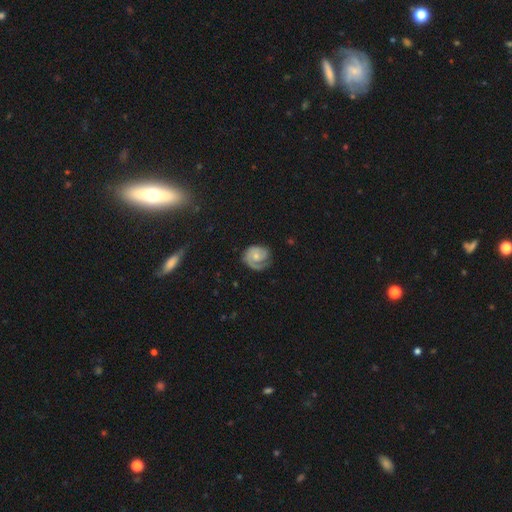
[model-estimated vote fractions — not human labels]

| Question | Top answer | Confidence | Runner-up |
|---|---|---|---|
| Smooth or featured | featured or disk | 76% | smooth (18%) |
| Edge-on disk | no | 98% | yes (2%) |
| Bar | no | 74% | weak (23%) |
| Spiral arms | yes | 94% | no (6%) |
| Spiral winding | tight | 60% | medium (30%) |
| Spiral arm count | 1 | 48% | 2 (35%) |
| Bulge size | small | 50% | moderate (42%) |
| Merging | none | 67% | minor disturbance (21%) |